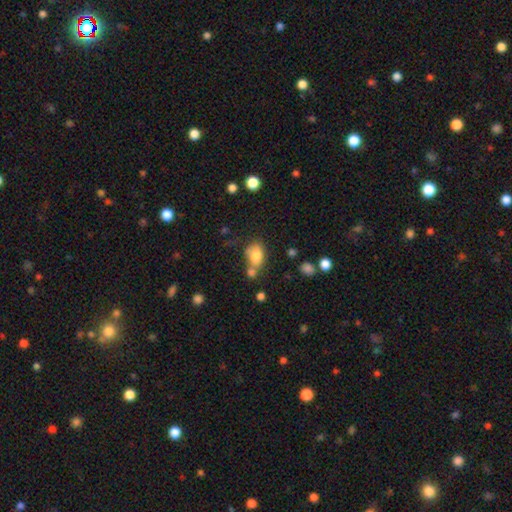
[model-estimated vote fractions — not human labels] Smooth or featured: smooth — 77% (featured or disk — 14%)
How rounded: in between — 79% (round — 19%)
Merging: none — 43% (merger — 32%)